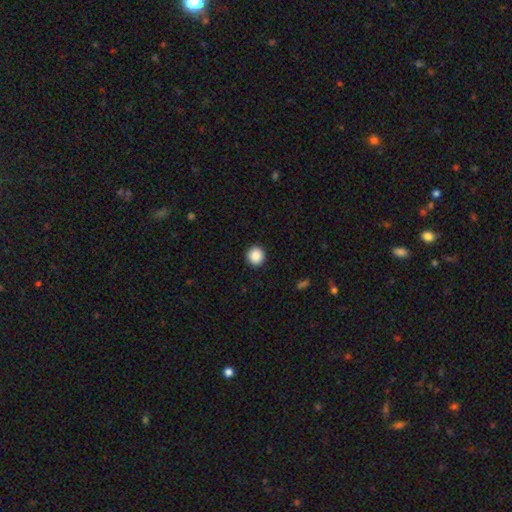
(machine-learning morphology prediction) Q: Smooth or featured?
A: smooth (89%); runner-up: star or artifact (9%)
Q: How rounded?
A: round (93%); runner-up: in between (6%)
Q: Merging?
A: none (93%); runner-up: minor disturbance (5%)